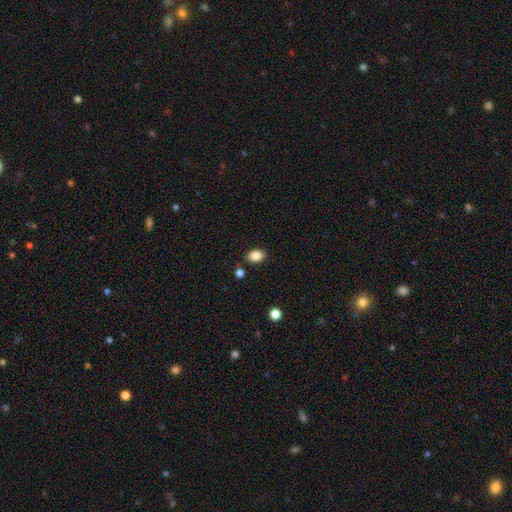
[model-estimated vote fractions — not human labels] This appears to be a smooth galaxy with no disk features (86%) that is in between round and cigar-shaped (75%). Merging: none (85%).